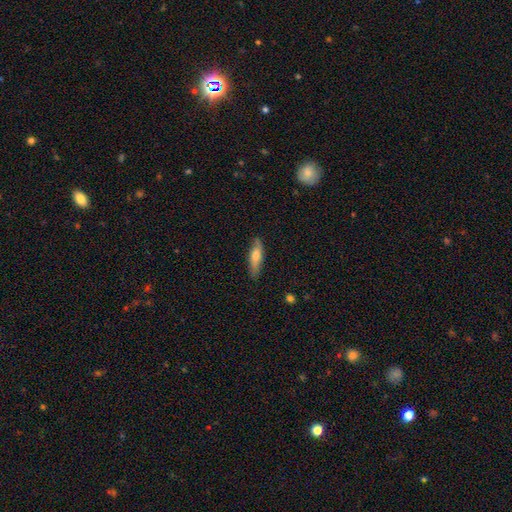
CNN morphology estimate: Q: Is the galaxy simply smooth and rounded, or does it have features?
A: smooth — 64%.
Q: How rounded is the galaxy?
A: cigar-shaped — 60%.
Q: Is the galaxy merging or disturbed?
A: none — 83%.